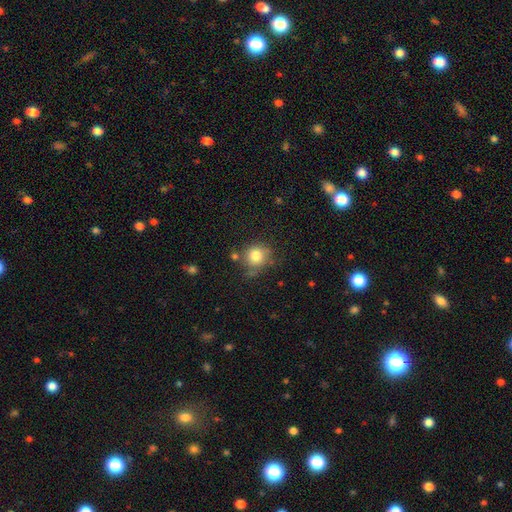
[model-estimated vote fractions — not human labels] smooth_or_featured: smooth (p=0.81) [alt: star or artifact p=0.11]
how_rounded: round (p=0.86) [alt: in between p=0.13]
merging: none (p=0.68) [alt: minor disturbance p=0.19]